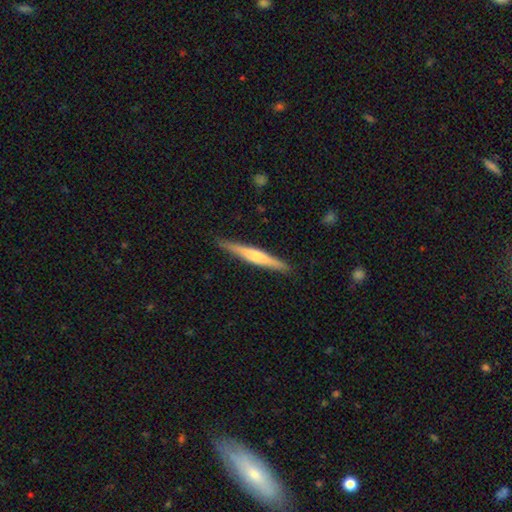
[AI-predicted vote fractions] Morphology: type=featured or disk (57%); edge-on=yes (97%); edge-on bulge=rounded (67%); merging=none (89%).